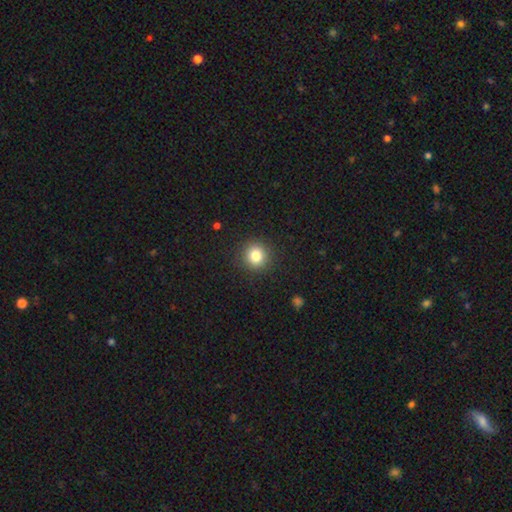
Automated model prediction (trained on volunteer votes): Overall: smooth (82%). How rounded: round (92%). Merging: none (91%).